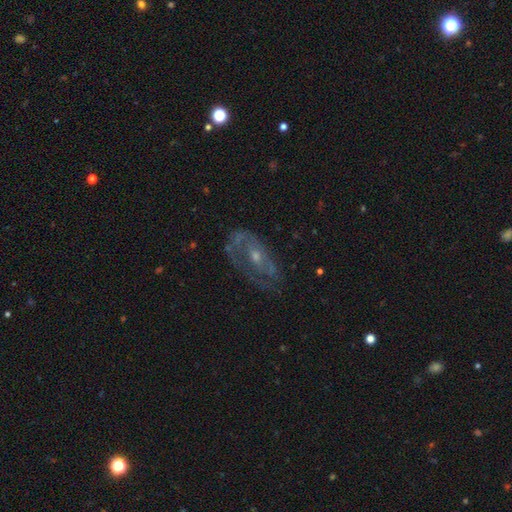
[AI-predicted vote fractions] This appears to be a featured or disk galaxy (73%) with no bar (70%), spiral arms (61%) and a small central bulge (50%). Merging: none (56%).